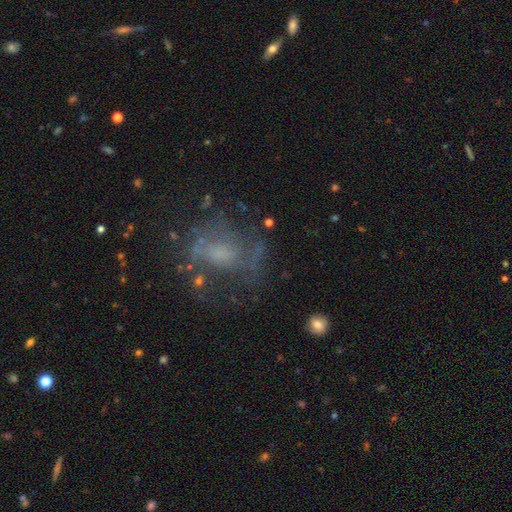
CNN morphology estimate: Smooth or featured? featured or disk (58%)
Edge-on disk? no (96%)
Bar? no (64%)
Spiral arms? yes (60%)
Bulge size? moderate (32%)
Merging? none (57%)